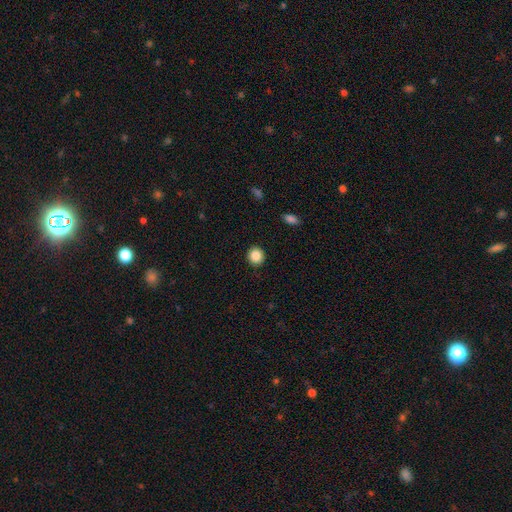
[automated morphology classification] Smooth or featured? smooth (87%)
How rounded? round (92%)
Merging? none (92%)